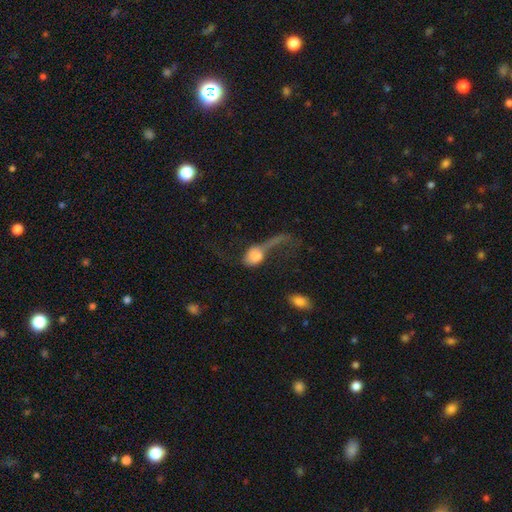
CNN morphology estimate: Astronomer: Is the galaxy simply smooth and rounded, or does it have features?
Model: smooth — 57% (runner-up: featured or disk, 34%).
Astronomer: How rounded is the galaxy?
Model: in between — 66%.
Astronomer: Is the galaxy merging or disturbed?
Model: major disturbance — 67%.